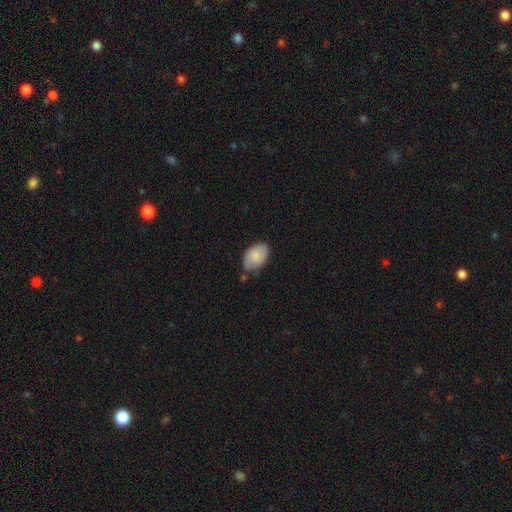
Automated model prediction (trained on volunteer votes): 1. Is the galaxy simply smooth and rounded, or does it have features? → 79% smooth, 14% featured or disk, 6% star or artifact.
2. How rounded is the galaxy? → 89% in between, 10% round, 1% cigar-shaped.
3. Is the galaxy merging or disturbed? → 65% none, 25% minor disturbance, 5% major disturbance, 5% merger.